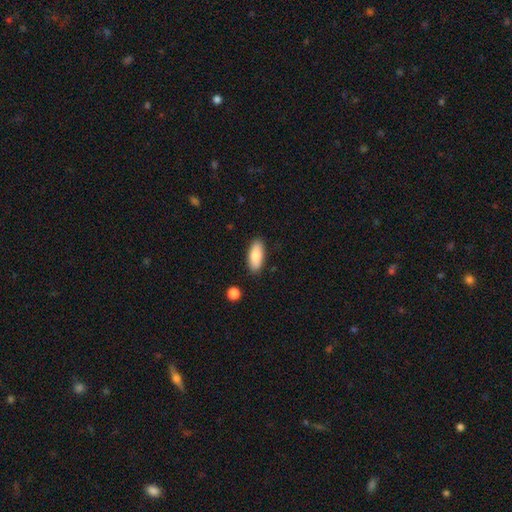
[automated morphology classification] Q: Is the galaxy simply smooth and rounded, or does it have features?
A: smooth — 86%.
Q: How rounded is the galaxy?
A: in between — 82%.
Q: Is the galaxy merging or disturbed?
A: none — 87%.